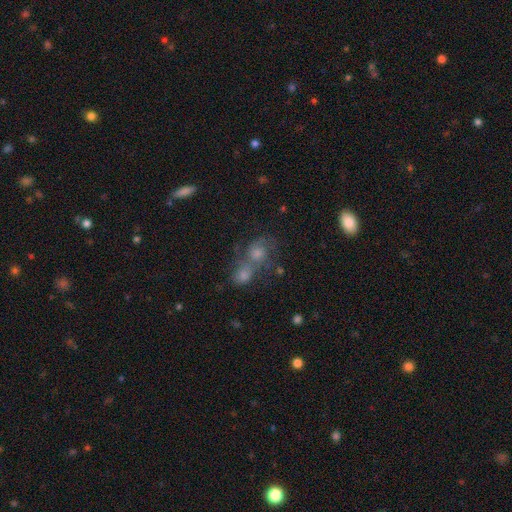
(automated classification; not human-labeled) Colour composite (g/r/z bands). It shows a smooth galaxy with no disk features (39%). Merging: merger (43%).